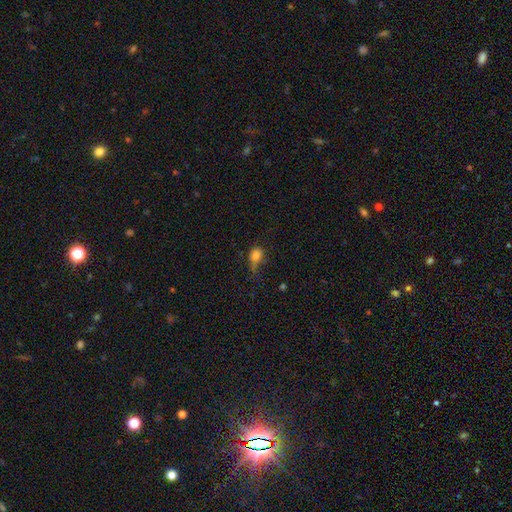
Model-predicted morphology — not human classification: smooth 80%, star or artifact 13%, featured or disk 7%. Down the decision tree: how rounded — in between (55%); merging — none (39%).